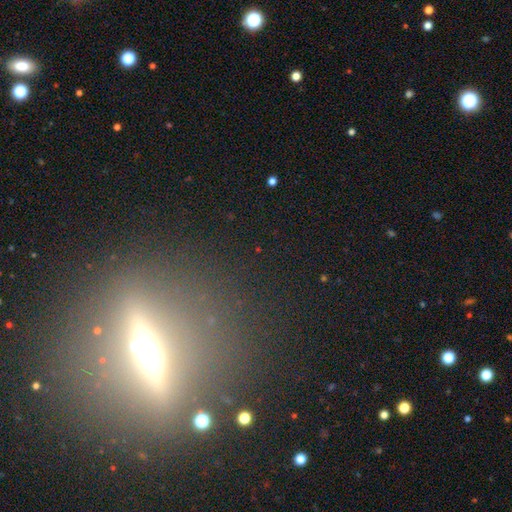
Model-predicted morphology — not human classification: This is possibly a featured or disk galaxy (58%). It is clearly viewed edge-on (83%). Merging: clearly none (86%).